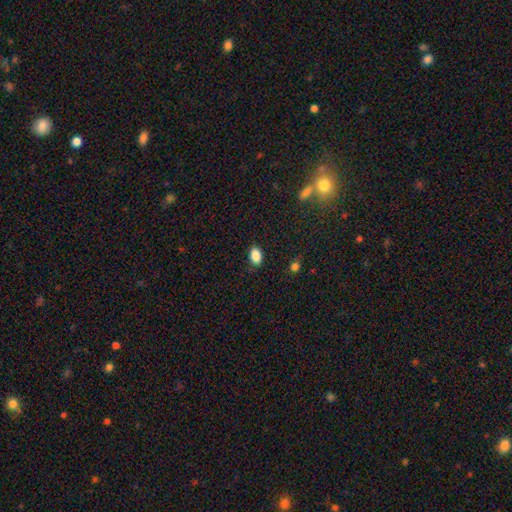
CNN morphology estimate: A smooth galaxy with no disk features (88%) that is in between round and cigar-shaped (88%).

Vote fractions:
- Smooth or featured? smooth: 88% / star or artifact: 8% / featured or disk: 4%
- How rounded? in between: 88% / round: 10% / cigar-shaped: 2%
- Merging? none: 86% / minor disturbance: 10% / major disturbance: 2% / merger: 1%